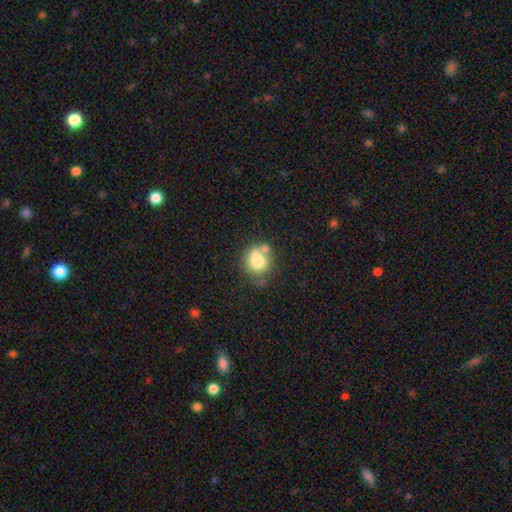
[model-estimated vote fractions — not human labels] Overall: smooth (75%). How rounded: round (69%; in between 30%). Merging: none (45%; merger 32%).